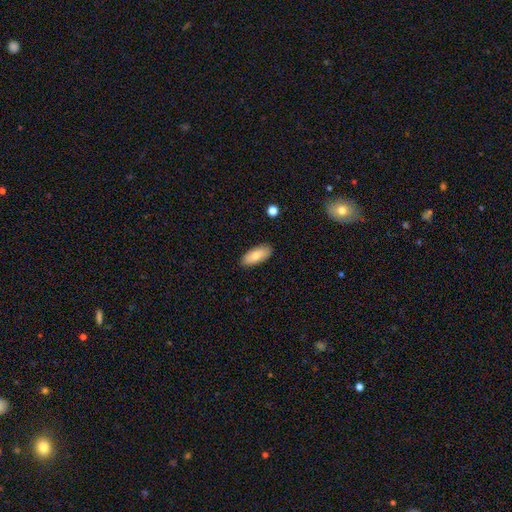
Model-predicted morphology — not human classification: Q: Smooth or featured?
A: smooth (79%); runner-up: featured or disk (15%)
Q: How rounded?
A: in between (86%); runner-up: cigar-shaped (12%)
Q: Merging?
A: none (88%); runner-up: minor disturbance (9%)